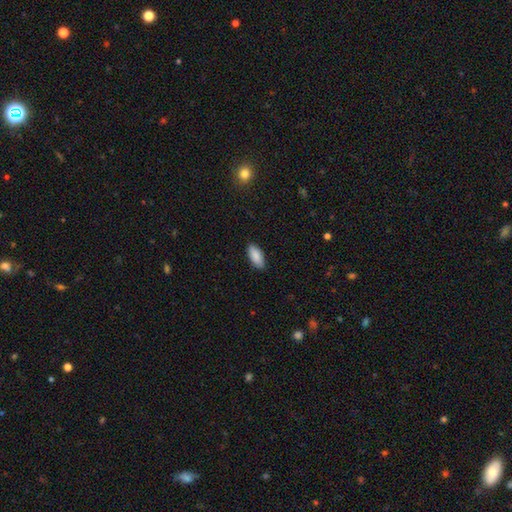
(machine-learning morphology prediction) A smooth galaxy with no disk features (89%) that is in between round and cigar-shaped (87%).

Vote fractions:
- Smooth or featured? smooth: 89% / star or artifact: 6% / featured or disk: 5%
- How rounded? in between: 87% / cigar-shaped: 11% / round: 2%
- Merging? none: 88% / minor disturbance: 9% / major disturbance: 2% / merger: 1%